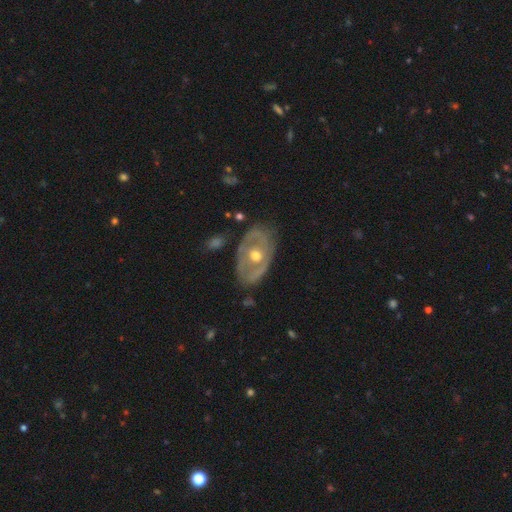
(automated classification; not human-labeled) featured or disk 73%, smooth 21%, star or artifact 5%. Down the decision tree: edge-on disk — no (93%); bar — no (74%); spiral arms — no (59%); bulge size — moderate (77%); merging — none (68%).